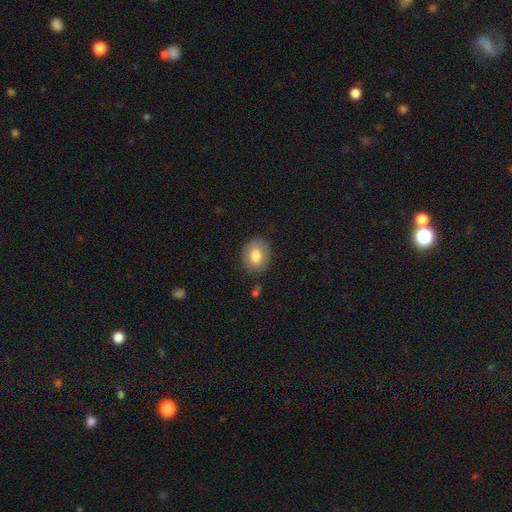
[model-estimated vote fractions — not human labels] Smooth or featured: smooth — 78% (featured or disk — 14%)
How rounded: round — 58% (in between — 41%)
Merging: none — 84% (minor disturbance — 11%)